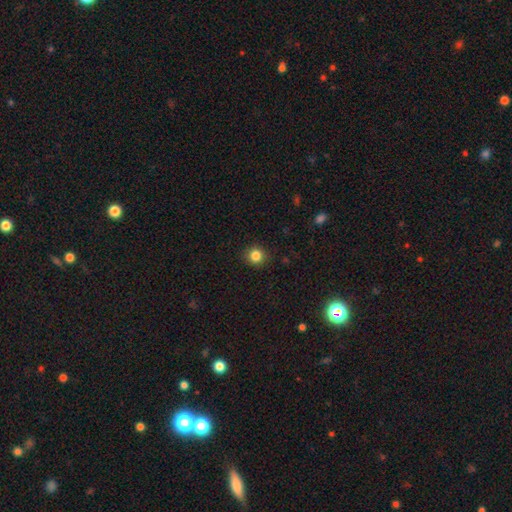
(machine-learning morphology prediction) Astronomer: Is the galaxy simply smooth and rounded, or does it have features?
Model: smooth — 84%.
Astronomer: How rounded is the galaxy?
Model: round — 93%.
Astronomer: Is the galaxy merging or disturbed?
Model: none — 91%.